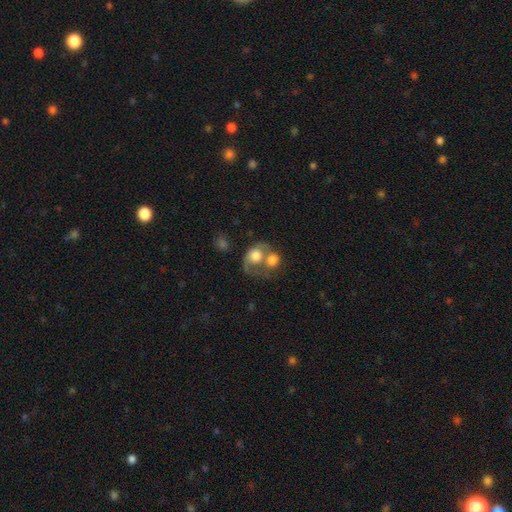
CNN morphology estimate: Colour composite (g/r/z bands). It shows a smooth galaxy with no disk features (54%) that is round (57%). Merging: merger (65%).